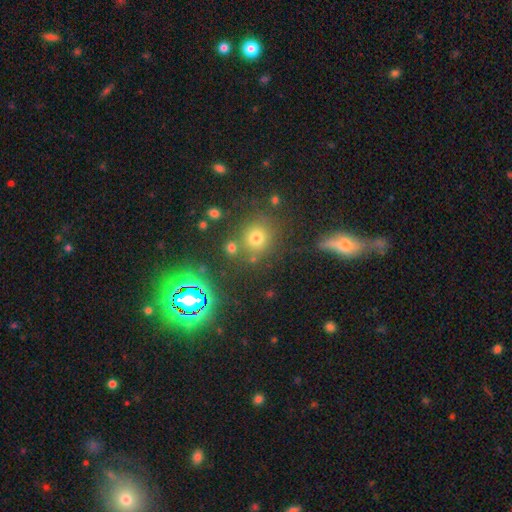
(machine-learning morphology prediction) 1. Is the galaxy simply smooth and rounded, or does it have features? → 50% star or artifact, 38% smooth, 11% featured or disk.